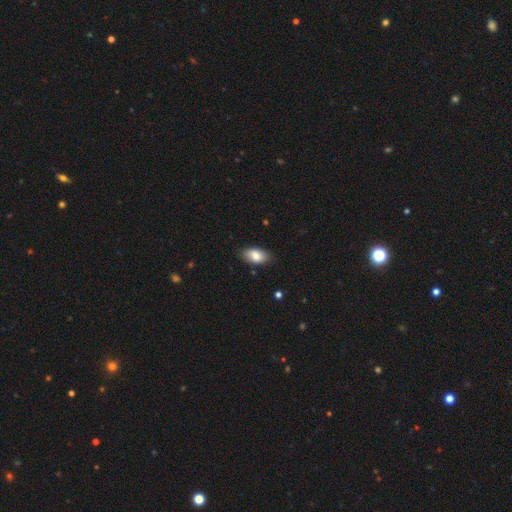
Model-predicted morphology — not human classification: Smooth or featured? smooth (83%)
How rounded? in between (93%)
Merging? none (84%)